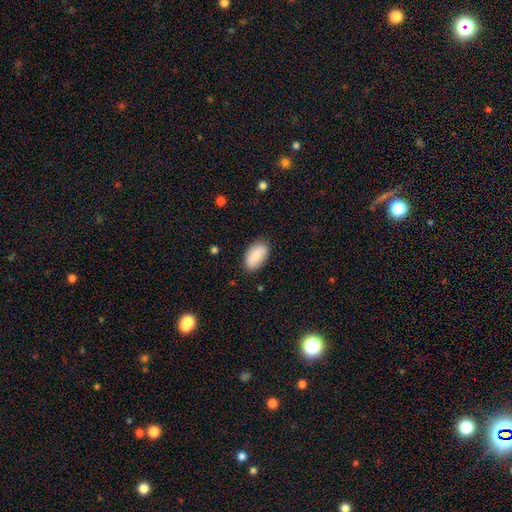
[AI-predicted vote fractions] smooth-or-featured: smooth: 84% | featured or disk: 10% | star or artifact: 6%
  how-rounded: in between: 94% | round: 4% | cigar-shaped: 2%
  merging: none: 82% | minor disturbance: 14% | major disturbance: 3% | merger: 1%